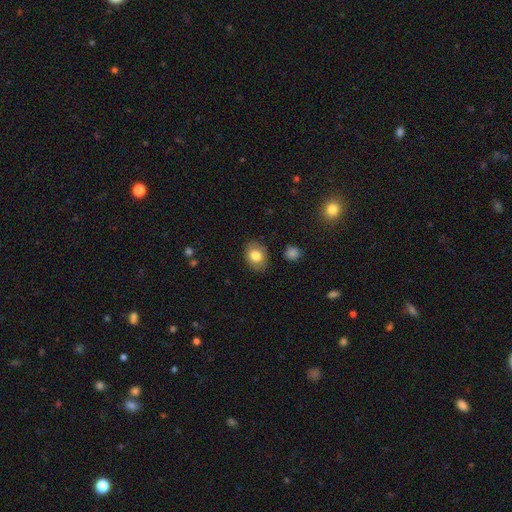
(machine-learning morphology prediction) Smooth or featured: smooth — 79% (featured or disk — 13%)
How rounded: in between — 67% (round — 32%)
Merging: none — 85% (minor disturbance — 11%)